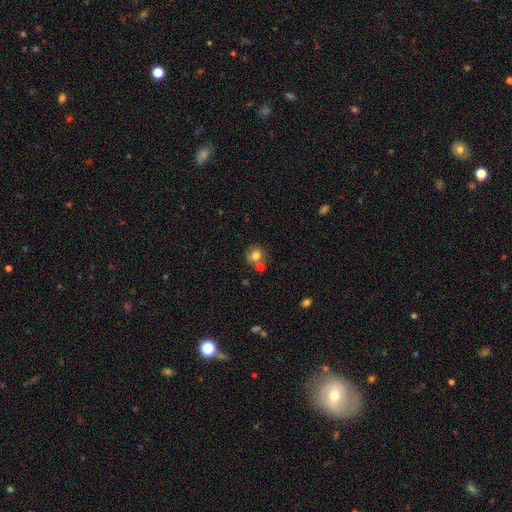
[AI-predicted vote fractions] Morphology: type=smooth (76%); roundness=round (83%); merging=none (60%).